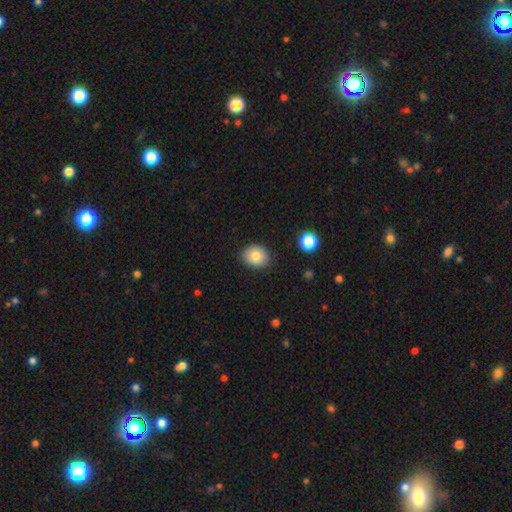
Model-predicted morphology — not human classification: Smooth or featured?
  - smooth: 81% *
  - star or artifact: 9%
  - featured or disk: 9%
How rounded?
  - round: 62% *
  - in between: 37%
  - cigar-shaped: 1%
Merging?
  - none: 87% *
  - minor disturbance: 9%
  - major disturbance: 2%
  - merger: 1%